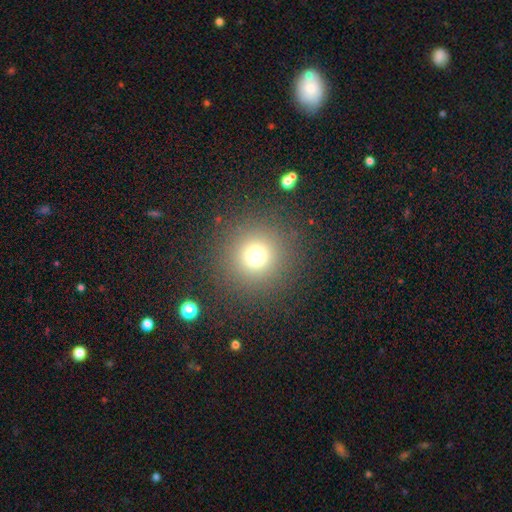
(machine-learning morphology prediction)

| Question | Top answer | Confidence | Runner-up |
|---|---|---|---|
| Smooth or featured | smooth | 72% | star or artifact (20%) |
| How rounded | round | 95% | in between (4%) |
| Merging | none | 89% | minor disturbance (6%) |